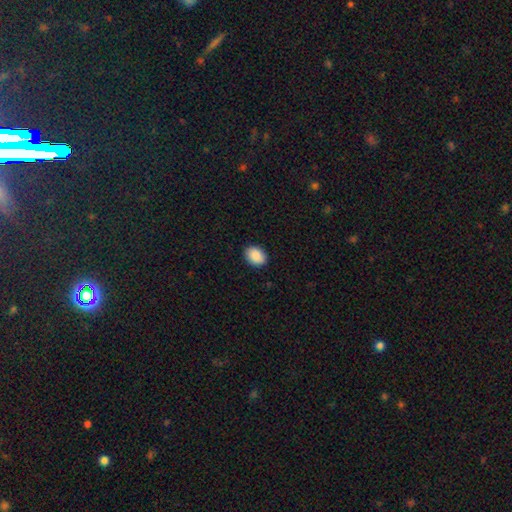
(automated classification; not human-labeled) smooth-or-featured: smooth: 90% | star or artifact: 7% | featured or disk: 3%
  how-rounded: in between: 70% | round: 29% | cigar-shaped: 1%
  merging: none: 90% | minor disturbance: 8% | major disturbance: 2% | merger: 1%